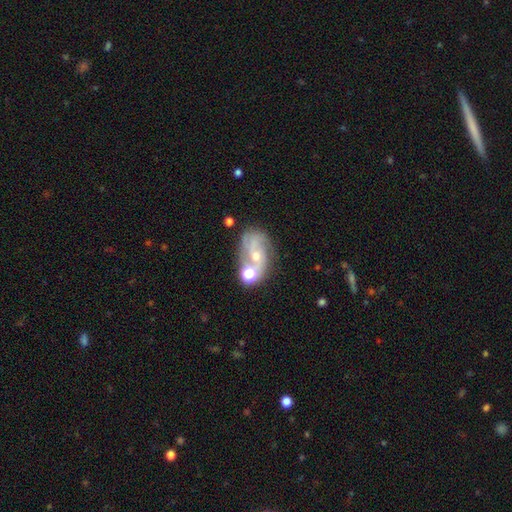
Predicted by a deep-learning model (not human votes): Smooth or featured?
  - featured or disk: 65% *
  - smooth: 21%
  - star or artifact: 14%
Edge-on disk?
  - no: 97% *
  - yes: 3%
Bar?
  - no: 64% *
  - weak: 28%
  - strong: 7%
Spiral arms?
  - yes: 82% *
  - no: 18%
Spiral winding?
  - medium: 45% *
  - tight: 29%
  - loose: 26%
Spiral arm count?
  - 2: 52% *
  - can't tell: 23%
  - 3: 13%
  - 1: 5%
  - 4: 4%
  - more than 4: 3%
Bulge size?
  - small: 60% *
  - moderate: 34%
  - none: 3%
  - large: 2%
  - dominant: 1%
Merging?
  - none: 46% *
  - merger: 21%
  - minor disturbance: 19%
  - major disturbance: 13%